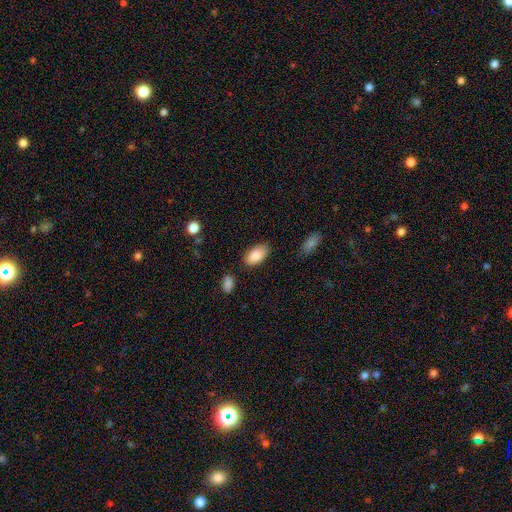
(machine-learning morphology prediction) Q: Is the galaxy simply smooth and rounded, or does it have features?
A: smooth — 89%.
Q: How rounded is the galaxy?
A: in between — 94%.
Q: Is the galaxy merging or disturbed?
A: none — 81%.